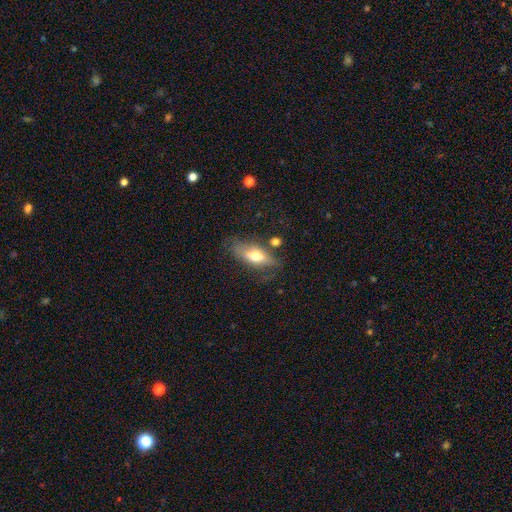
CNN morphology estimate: A smooth galaxy with no disk features (57%) that is in between round and cigar-shaped (73%).

Vote fractions:
- Smooth or featured? smooth: 57% / featured or disk: 35% / star or artifact: 8%
- How rounded? in between: 73% / cigar-shaped: 22% / round: 5%
- Merging? none: 64% / minor disturbance: 22% / major disturbance: 8% / merger: 6%